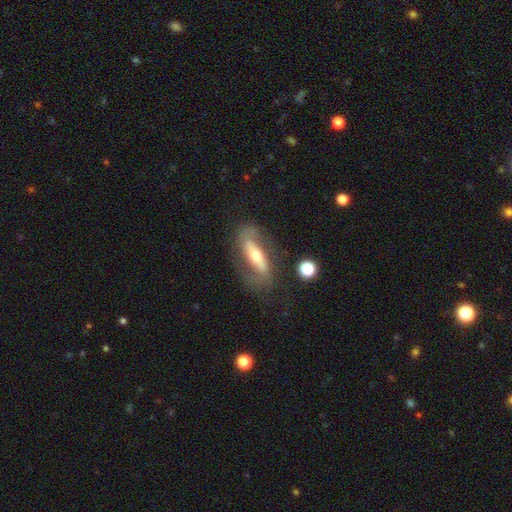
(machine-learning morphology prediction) Smooth or featured?
  - featured or disk: 68% *
  - smooth: 25%
  - star or artifact: 7%
Edge-on disk?
  - no: 73% *
  - yes: 27%
Merging?
  - none: 67% *
  - minor disturbance: 18%
  - major disturbance: 12%
  - merger: 3%